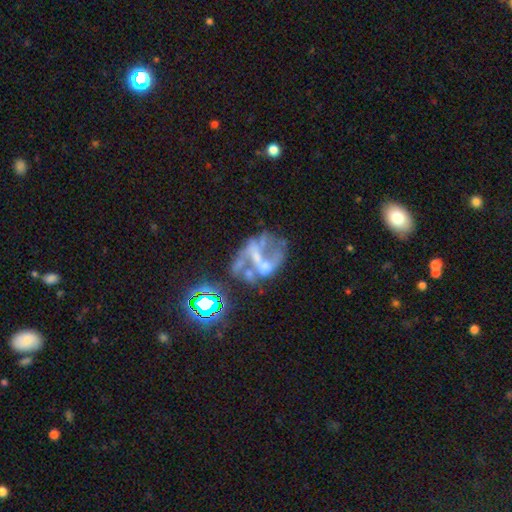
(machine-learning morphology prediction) The model was most divided on "merging" (2-way tie): major disturbance: 34%, merger: 34%, none: 22%, minor disturbance: 11%. More confident: edge-on disk — no (98%); spiral arms — no (71%); bar — no (68%); smooth or featured — featured or disk (64%); bulge size — none (54%).